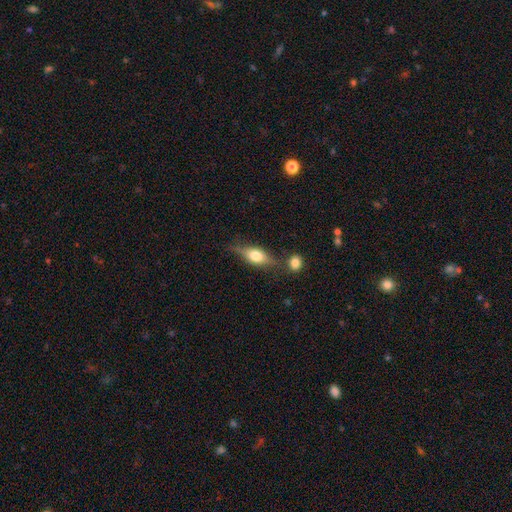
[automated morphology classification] smooth 50%, featured or disk 43%, star or artifact 8%. Down the decision tree: merging — none (65%).